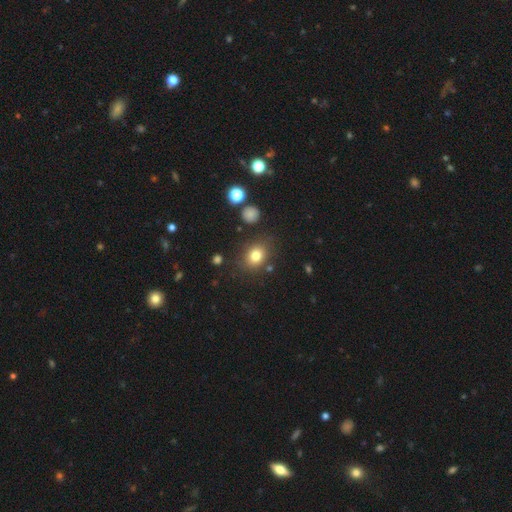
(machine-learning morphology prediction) Q: Smooth or featured?
A: smooth (79%); runner-up: star or artifact (12%)
Q: How rounded?
A: round (52%); runner-up: in between (47%)
Q: Merging?
A: none (79%); runner-up: minor disturbance (13%)